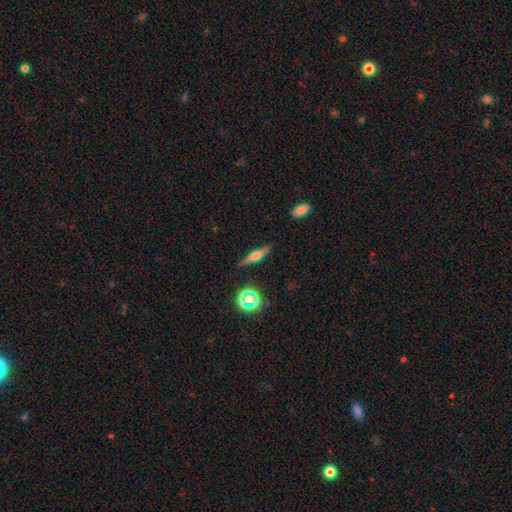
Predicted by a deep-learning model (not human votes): Smooth or featured?
  - featured or disk: 49% *
  - smooth: 40%
  - star or artifact: 12%
Merging?
  - none: 85% *
  - minor disturbance: 10%
  - major disturbance: 3%
  - merger: 2%